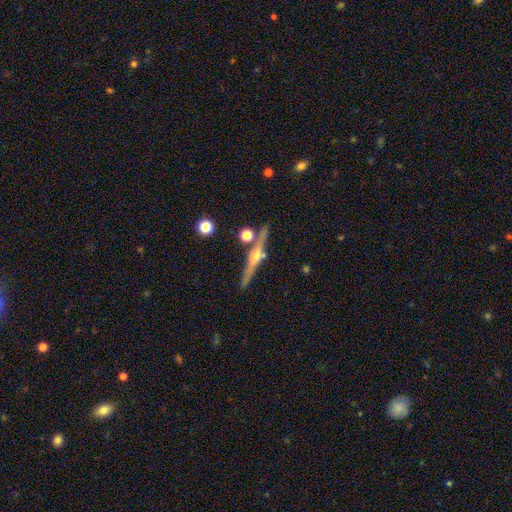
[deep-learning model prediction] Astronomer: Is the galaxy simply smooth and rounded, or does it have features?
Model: featured or disk — 78%.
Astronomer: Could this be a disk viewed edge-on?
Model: yes — 97%.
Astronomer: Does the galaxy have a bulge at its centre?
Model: rounded — 93%.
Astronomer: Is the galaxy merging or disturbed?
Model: none — 82%.